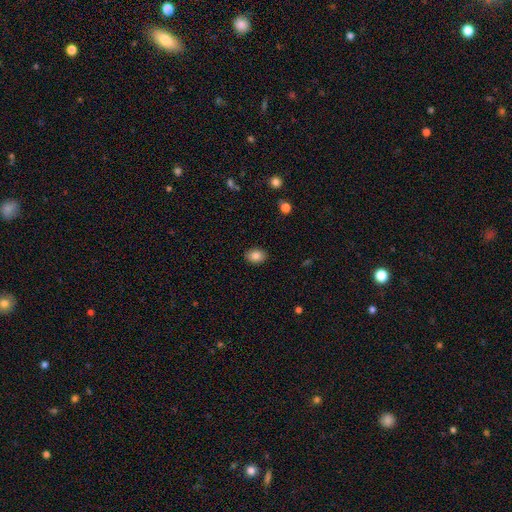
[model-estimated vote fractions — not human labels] Smooth or featured: smooth — 85% (star or artifact — 9%)
How rounded: in between — 70% (round — 29%)
Merging: none — 89% (minor disturbance — 8%)